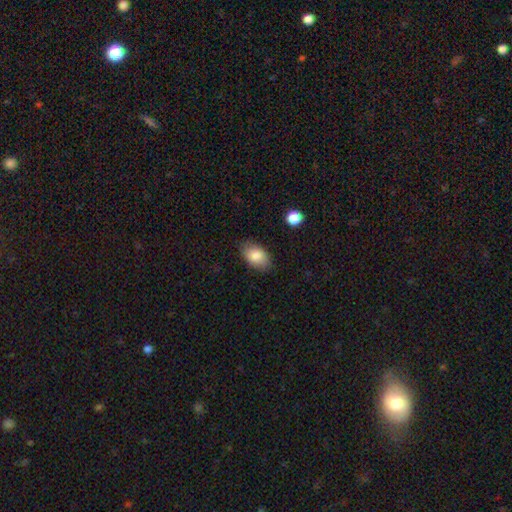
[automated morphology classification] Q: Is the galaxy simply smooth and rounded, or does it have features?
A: smooth — 84%.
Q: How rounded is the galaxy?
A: in between — 90%.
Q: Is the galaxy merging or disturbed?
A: none — 82%.